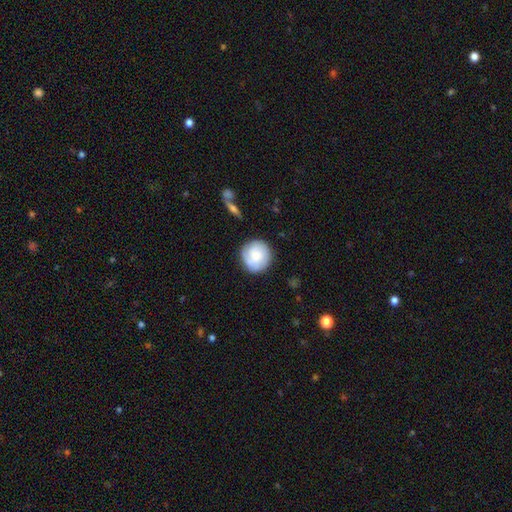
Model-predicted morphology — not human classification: Smooth or featured?
  - smooth: 70% *
  - featured or disk: 23%
  - star or artifact: 7%
How rounded?
  - round: 93% *
  - in between: 6%
  - cigar-shaped: 1%
Merging?
  - none: 83% *
  - minor disturbance: 12%
  - major disturbance: 3%
  - merger: 2%